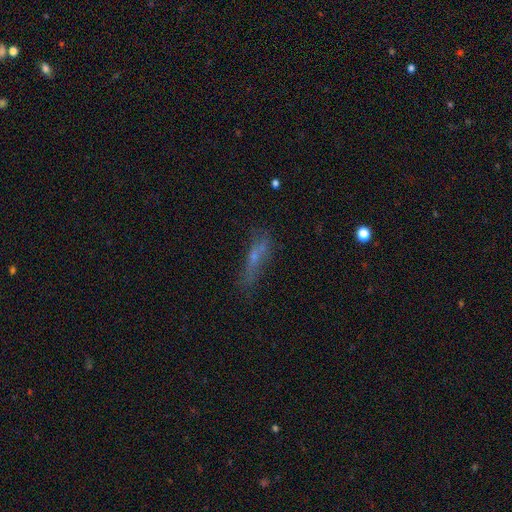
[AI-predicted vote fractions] Q: Smooth or featured?
A: smooth (48%); runner-up: featured or disk (36%)
Q: Merging?
A: none (55%); runner-up: minor disturbance (24%)